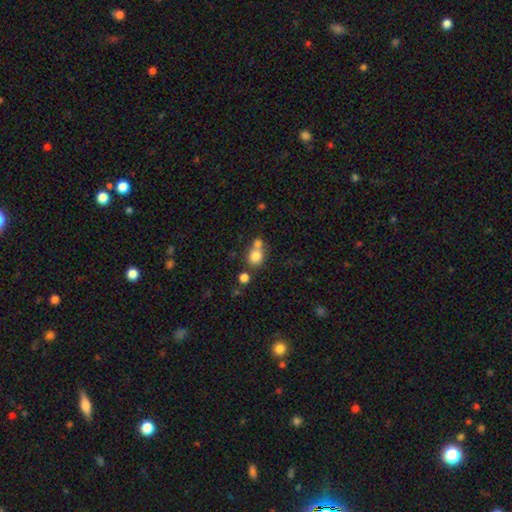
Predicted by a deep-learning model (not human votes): The model was most divided on "merging": merger: 46%, none: 42%, minor disturbance: 8%, major disturbance: 4%. More confident: smooth or featured — smooth (79%); how rounded — round (71%).